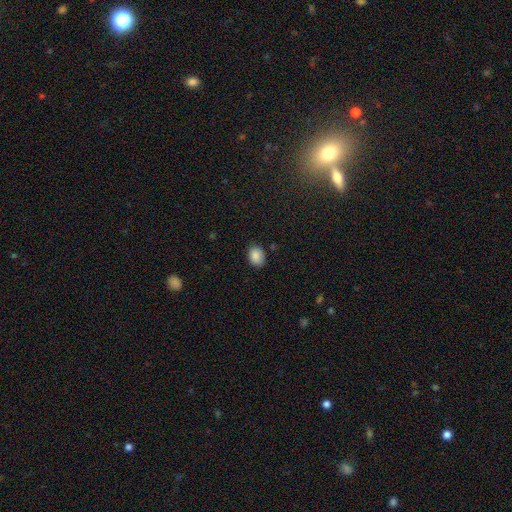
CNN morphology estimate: Smooth or featured?
  - smooth: 87% *
  - star or artifact: 9%
  - featured or disk: 4%
How rounded?
  - in between: 63% *
  - round: 36%
  - cigar-shaped: 1%
Merging?
  - none: 83% *
  - minor disturbance: 14%
  - major disturbance: 3%
  - merger: 1%